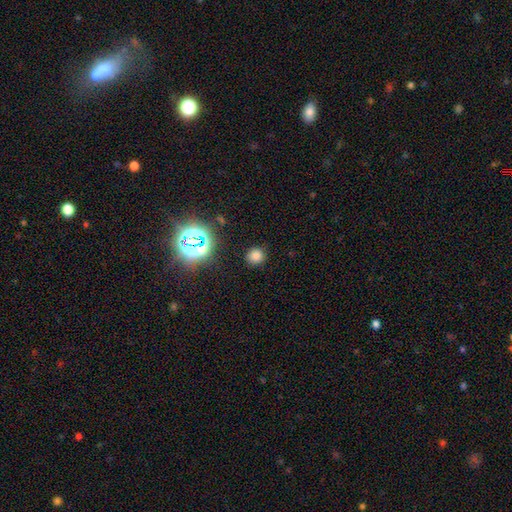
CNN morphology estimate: Smooth or featured: smooth — 73% (star or artifact — 21%)
How rounded: round — 87% (in between — 12%)
Merging: none — 87% (minor disturbance — 8%)